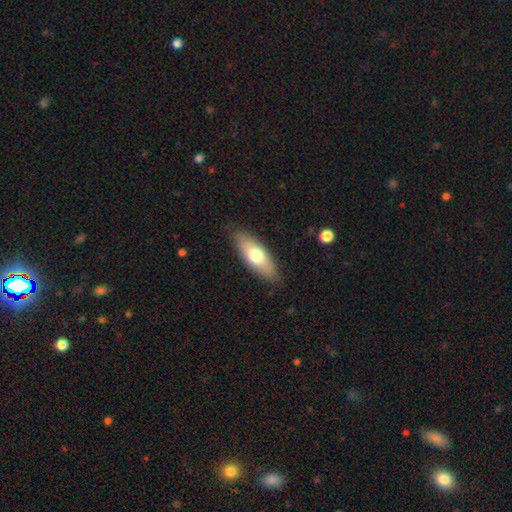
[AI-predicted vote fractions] smooth_or_featured: smooth (p=0.67) [alt: featured or disk p=0.27]
how_rounded: in between (p=0.67) [alt: cigar-shaped p=0.31]
merging: none (p=0.86) [alt: minor disturbance p=0.11]